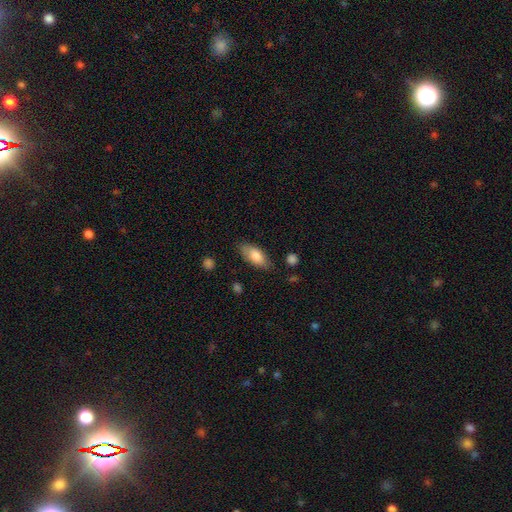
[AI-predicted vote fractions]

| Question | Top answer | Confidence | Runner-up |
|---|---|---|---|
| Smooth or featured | smooth | 79% | featured or disk (15%) |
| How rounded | in between | 85% | cigar-shaped (12%) |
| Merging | none | 79% | minor disturbance (16%) |